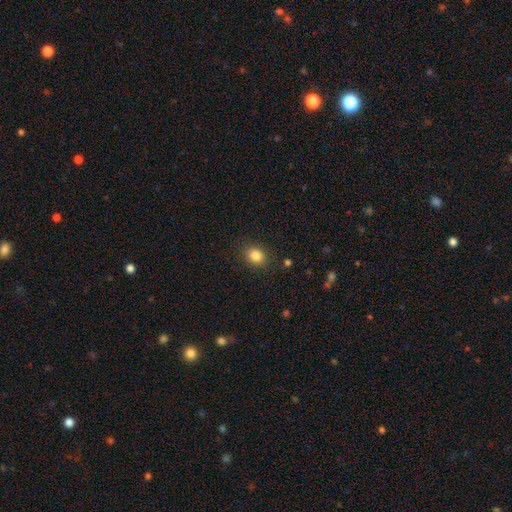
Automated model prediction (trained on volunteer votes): Overall: smooth (84%). How rounded: round (57%; in between 42%). Merging: none (87%).